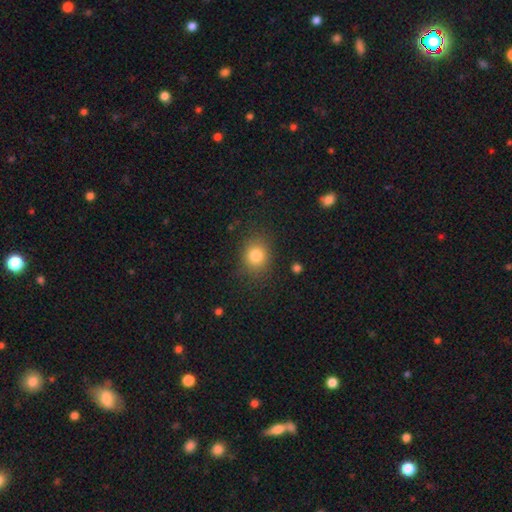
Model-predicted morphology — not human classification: Overall: smooth (82%). How rounded: round (66%; in between 33%). Merging: none (83%).